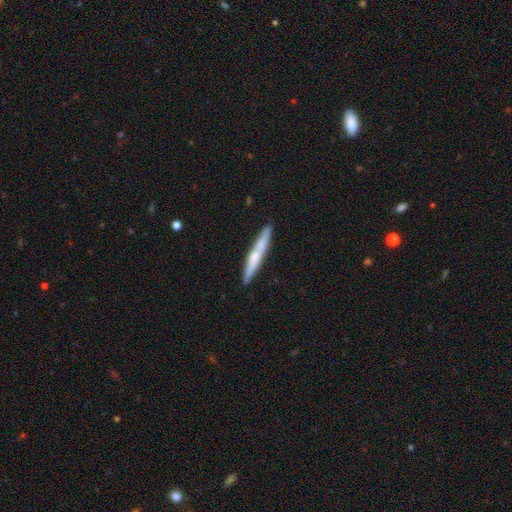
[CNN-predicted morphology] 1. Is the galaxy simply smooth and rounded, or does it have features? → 48% smooth, 46% featured or disk, 6% star or artifact.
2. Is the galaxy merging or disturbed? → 84% none, 11% minor disturbance, 3% merger, 2% major disturbance.